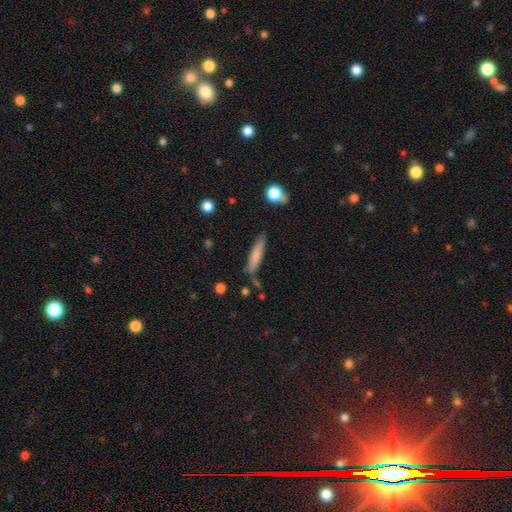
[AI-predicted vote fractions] smooth 74%, featured or disk 20%, star or artifact 7%. Down the decision tree: how rounded — cigar-shaped (86%); merging — none (76%).